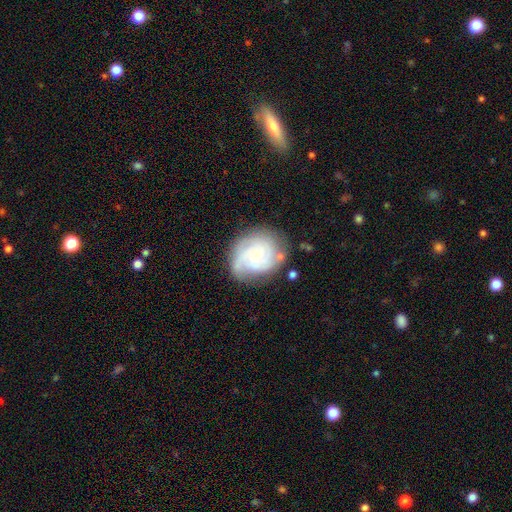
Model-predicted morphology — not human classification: Smooth or featured? featured or disk (77%)
Edge-on disk? no (98%)
Bar? no (67%)
Spiral arms? yes (93%)
Spiral winding? tight (59%)
Spiral arm count? can't tell (29%)
Bulge size? small (70%)
Merging? none (66%)